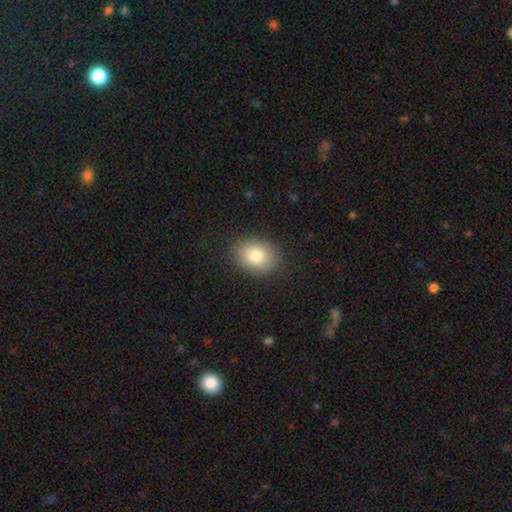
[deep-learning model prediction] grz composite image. It shows a smooth galaxy with no disk features (82%) that is in between round and cigar-shaped (58%). Merging: none (88%).